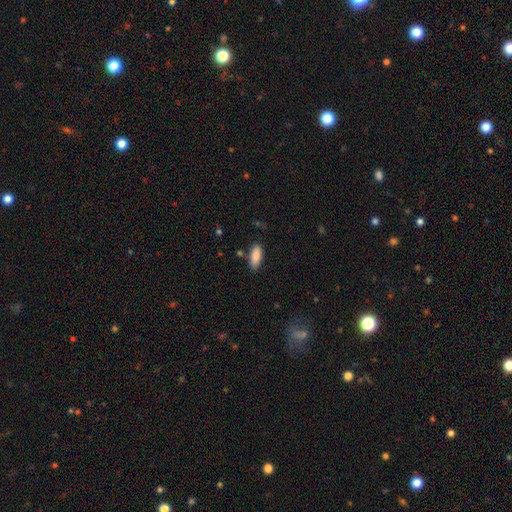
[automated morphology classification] Smooth or featured? smooth (87%)
How rounded? in between (76%)
Merging? none (80%)